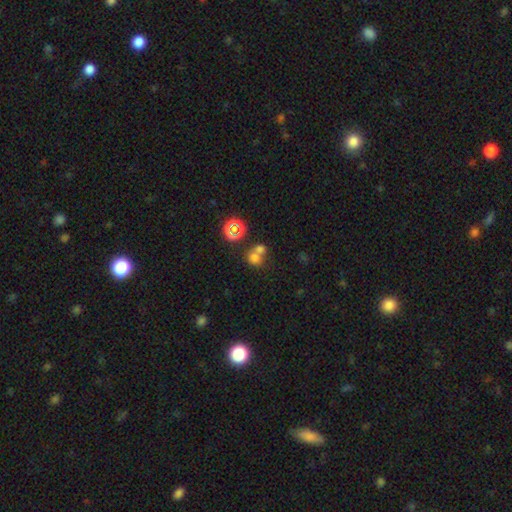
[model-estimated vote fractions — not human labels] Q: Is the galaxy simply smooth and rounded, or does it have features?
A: smooth — 67%.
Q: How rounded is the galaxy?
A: round — 78%.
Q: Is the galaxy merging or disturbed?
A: merger — 52%.